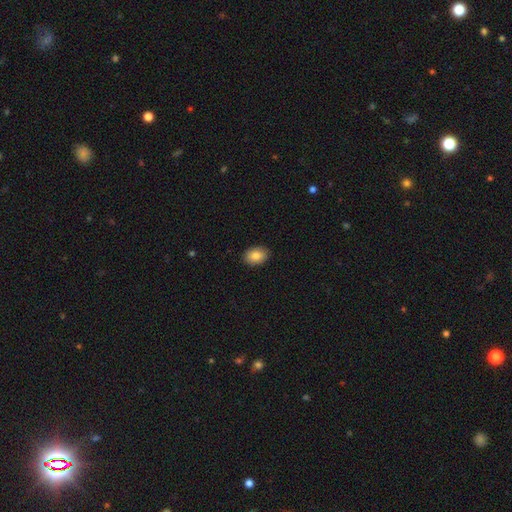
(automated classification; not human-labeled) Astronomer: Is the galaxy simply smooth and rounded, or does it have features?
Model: smooth — 84%.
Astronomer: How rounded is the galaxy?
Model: in between — 81%.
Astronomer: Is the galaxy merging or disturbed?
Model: none — 89%.